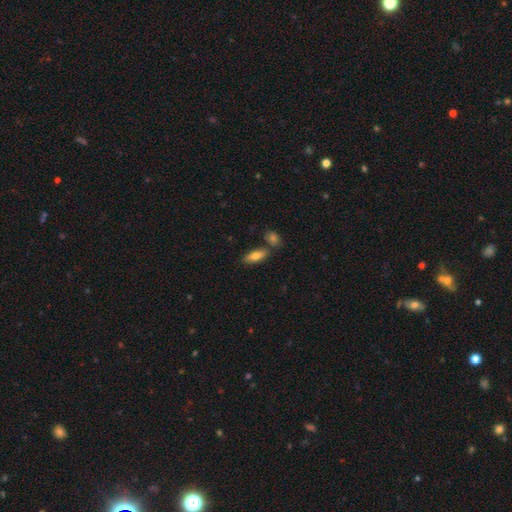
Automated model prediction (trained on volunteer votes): Q: Smooth or featured?
A: smooth (73%); runner-up: featured or disk (21%)
Q: How rounded?
A: in between (65%); runner-up: cigar-shaped (32%)
Q: Merging?
A: none (73%); runner-up: merger (13%)